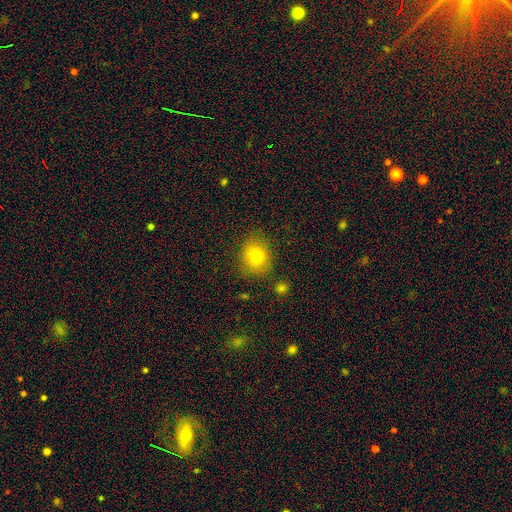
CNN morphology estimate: A smooth galaxy with no disk features (76%) that is round (59%). Merging: none (78%).